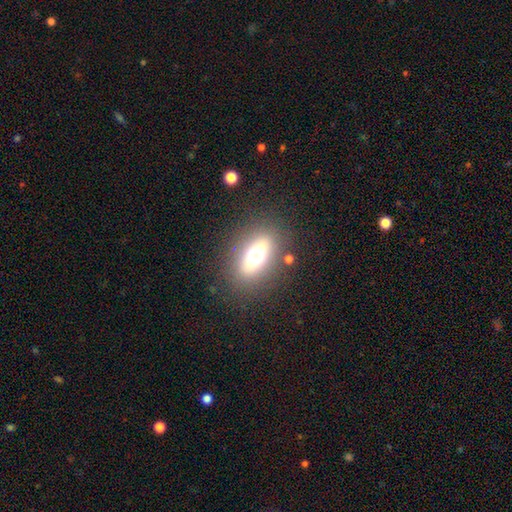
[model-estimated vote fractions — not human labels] Smooth or featured?
  - smooth: 59% *
  - featured or disk: 27%
  - star or artifact: 14%
How rounded?
  - in between: 71% *
  - round: 17%
  - cigar-shaped: 12%
Merging?
  - none: 83% *
  - minor disturbance: 10%
  - major disturbance: 5%
  - merger: 3%